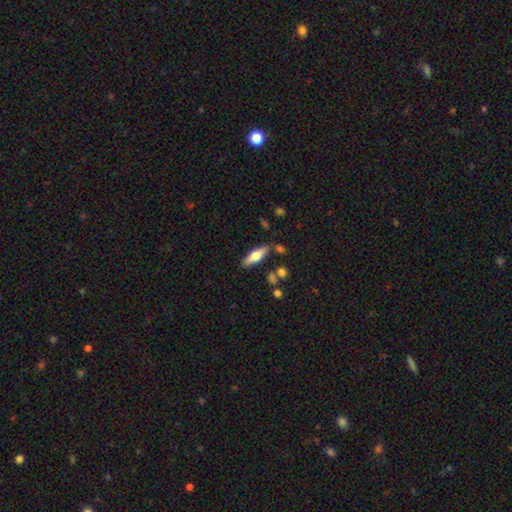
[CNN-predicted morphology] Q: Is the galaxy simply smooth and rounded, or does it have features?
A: smooth — 55%.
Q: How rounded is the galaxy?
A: in between — 49%.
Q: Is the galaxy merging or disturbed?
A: none — 81%.